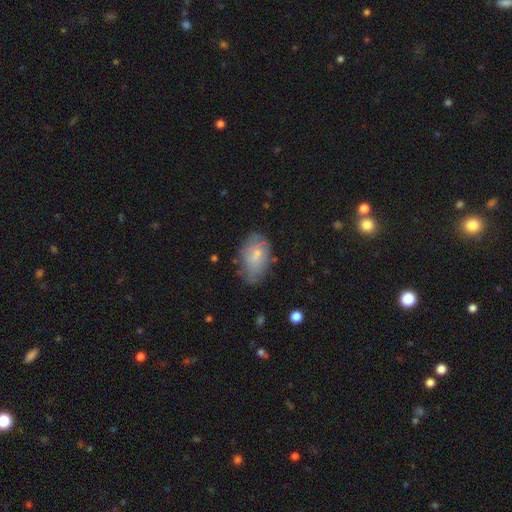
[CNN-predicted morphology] This appears to be a smooth galaxy with no disk features (66%) that is in between round and cigar-shaped (90%). Merging: none (61%).